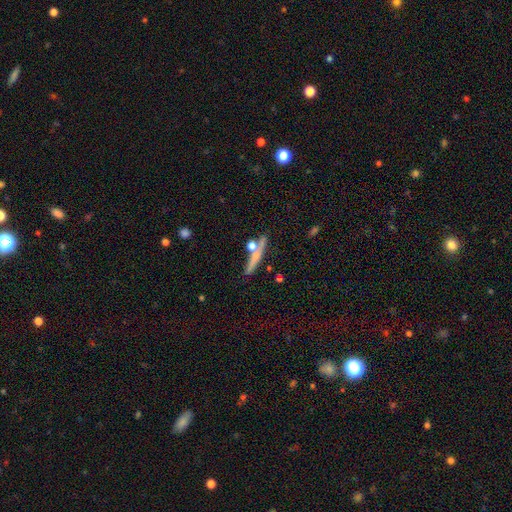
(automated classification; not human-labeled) This appears to be a smooth galaxy with no disk features (50%). Merging: none (70%).